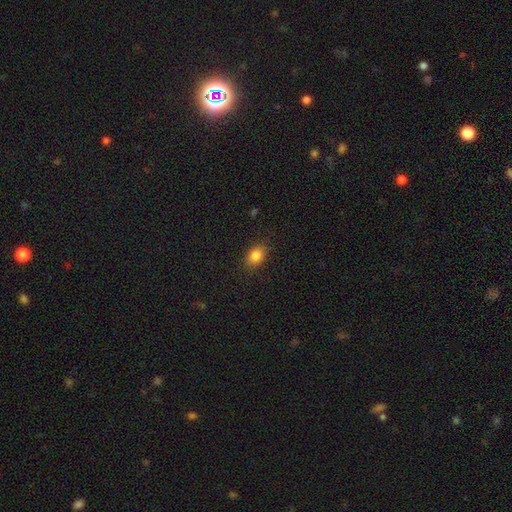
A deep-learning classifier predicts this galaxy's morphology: Smooth or featured? smooth (85%)
How rounded? in between (69%)
Merging? none (84%)